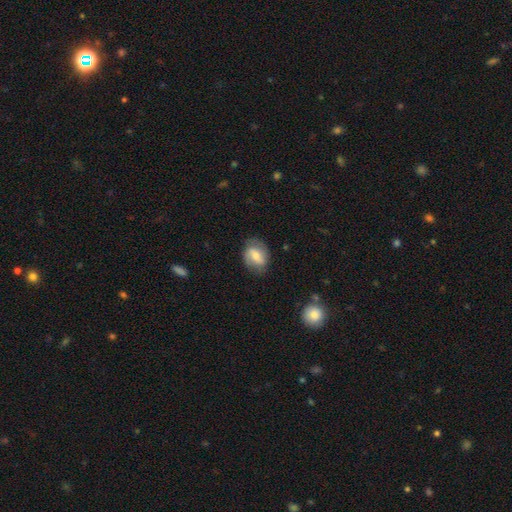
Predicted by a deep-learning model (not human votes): This is possibly a smooth galaxy (49%). Merging: likely none (74%).